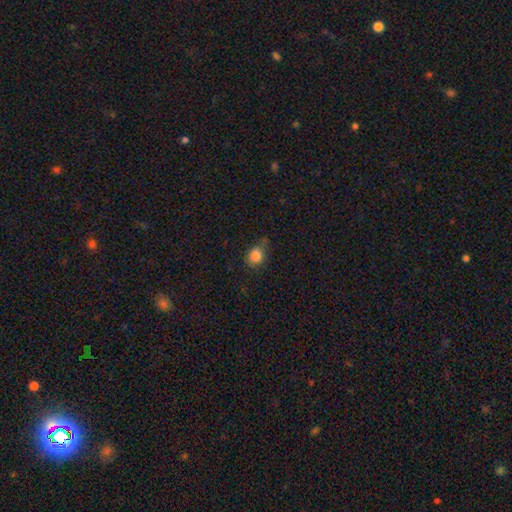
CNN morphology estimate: Smooth or featured? Predicted: smooth (p=0.85). How rounded? Predicted: round (p=0.64). Merging? Predicted: none (p=0.66).